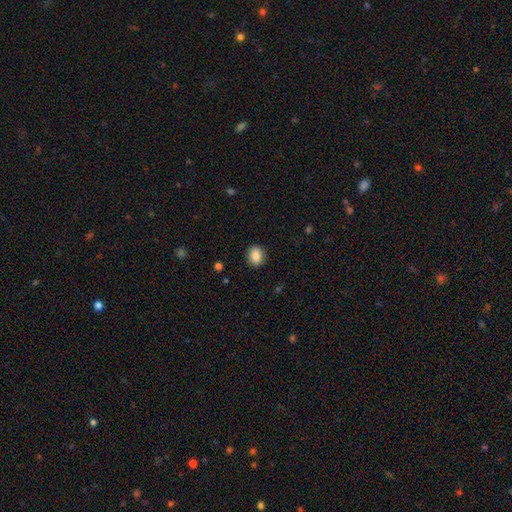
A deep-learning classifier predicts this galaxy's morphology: Smooth or featured: smooth — 87% (star or artifact — 8%)
How rounded: round — 65% (in between — 34%)
Merging: none — 91% (minor disturbance — 6%)